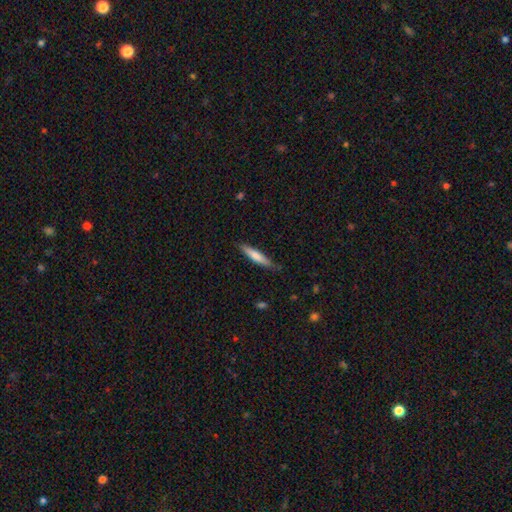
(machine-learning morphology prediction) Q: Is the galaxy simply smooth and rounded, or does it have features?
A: smooth — 70%.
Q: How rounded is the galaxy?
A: cigar-shaped — 90%.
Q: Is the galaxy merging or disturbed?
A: none — 83%.